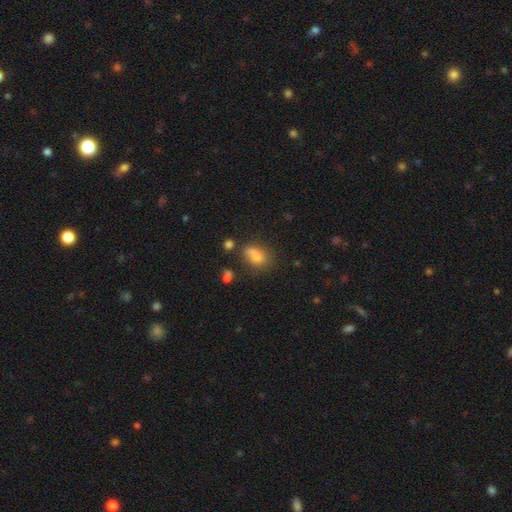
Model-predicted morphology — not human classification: type=smooth (76%); roundness=in between (76%); merging=none (48%).